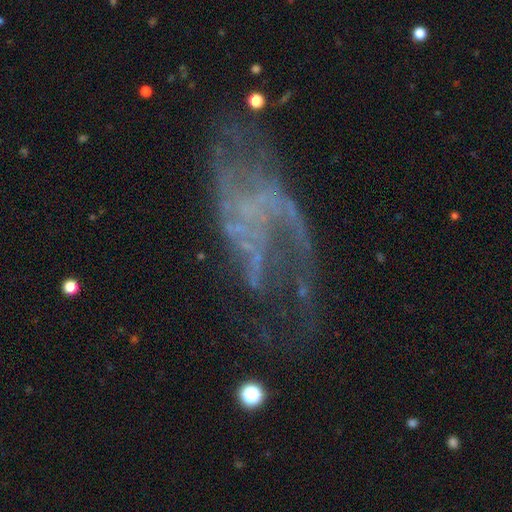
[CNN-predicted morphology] Smooth or featured?
  - featured or disk: 74% *
  - star or artifact: 14%
  - smooth: 12%
Edge-on disk?
  - no: 95% *
  - yes: 5%
Bar?
  - no: 72% *
  - weak: 20%
  - strong: 7%
Spiral arms?
  - yes: 62% *
  - no: 38%
Bulge size?
  - none: 77% *
  - small: 14%
  - moderate: 5%
  - large: 2%
  - dominant: 1%
Merging?
  - major disturbance: 42% *
  - none: 36%
  - minor disturbance: 17%
  - merger: 5%